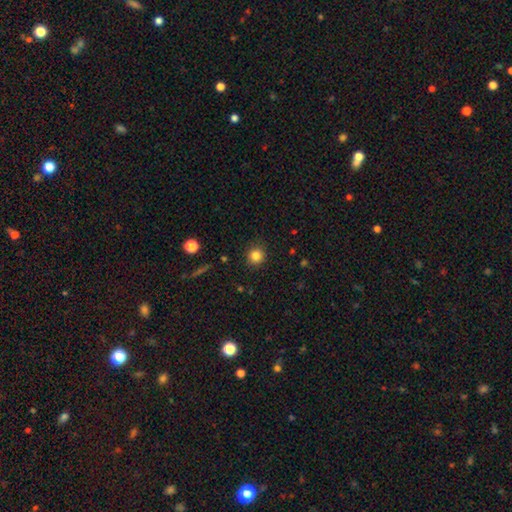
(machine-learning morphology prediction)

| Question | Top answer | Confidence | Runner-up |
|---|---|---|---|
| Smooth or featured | smooth | 83% | star or artifact (12%) |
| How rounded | round | 91% | in between (8%) |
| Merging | none | 89% | minor disturbance (8%) |